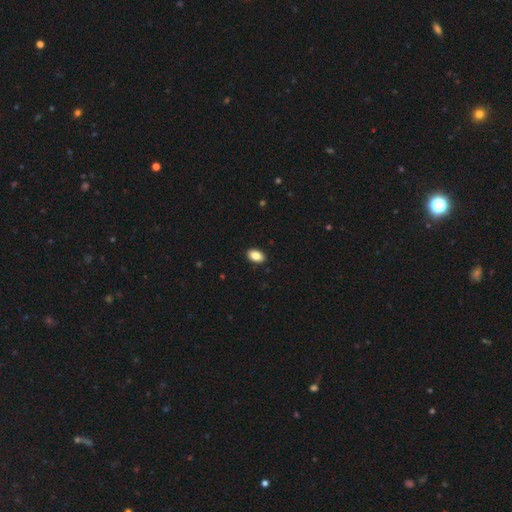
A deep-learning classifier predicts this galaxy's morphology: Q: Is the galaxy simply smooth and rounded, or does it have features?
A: smooth — 86%.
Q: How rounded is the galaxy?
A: in between — 89%.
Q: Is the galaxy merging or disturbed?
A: none — 90%.